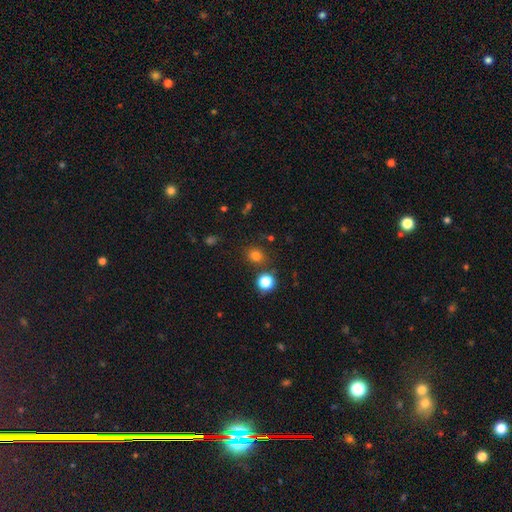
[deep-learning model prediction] A smooth galaxy with no disk features (78%) that is round (79%). Merging: none (81%).